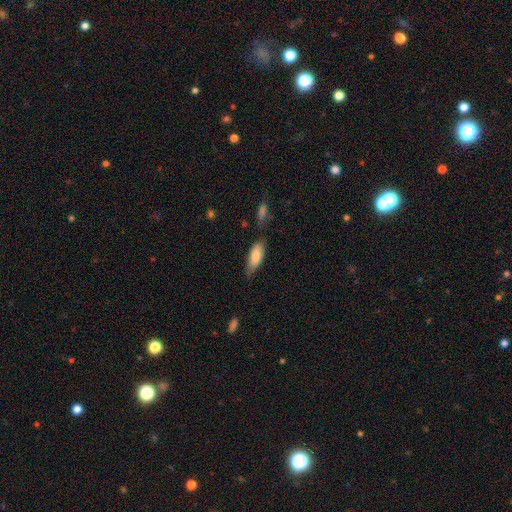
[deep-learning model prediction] Morphology: type=smooth (79%); roundness=in between (70%); merging=none (65%).